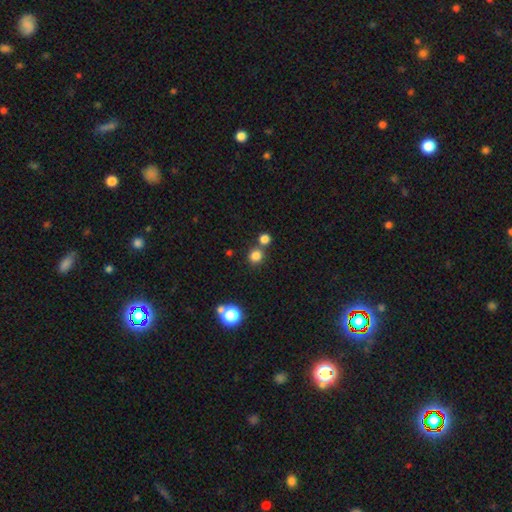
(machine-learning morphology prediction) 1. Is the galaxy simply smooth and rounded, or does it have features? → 80% smooth, 15% star or artifact, 5% featured or disk.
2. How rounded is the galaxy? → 90% round, 9% in between, 1% cigar-shaped.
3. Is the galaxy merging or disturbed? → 69% none, 22% merger, 7% minor disturbance, 3% major disturbance.